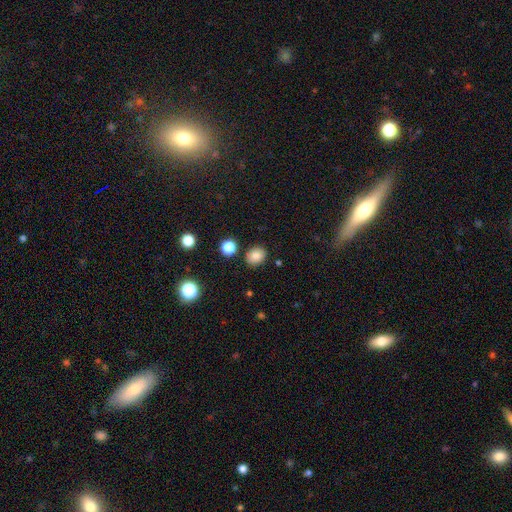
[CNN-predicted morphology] A smooth galaxy with no disk features (83%) that is round (60%). Merging: none (85%).